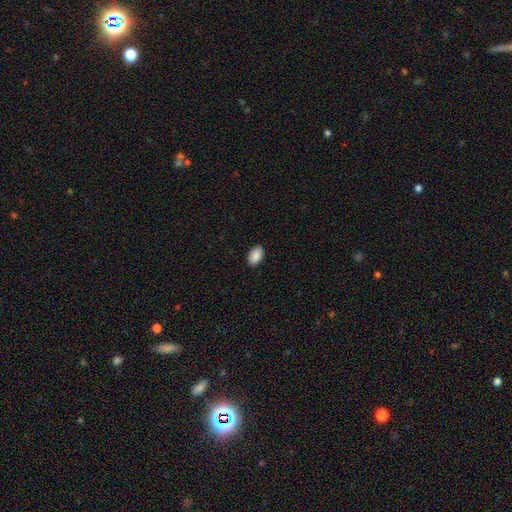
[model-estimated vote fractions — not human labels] Overall: smooth (90%). How rounded: in between (93%). Merging: none (89%).